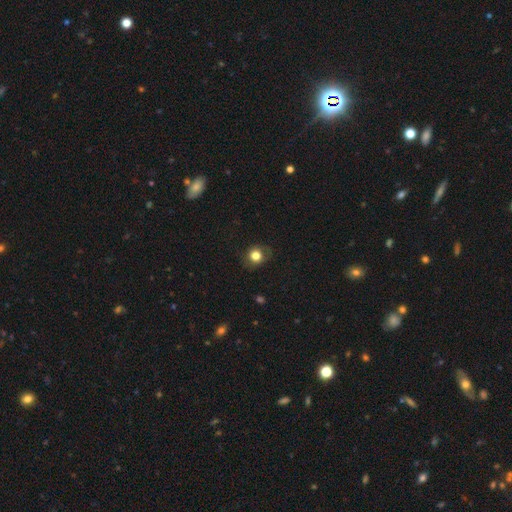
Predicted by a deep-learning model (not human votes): This appears to be a smooth galaxy with no disk features (79%) that is round (79%). Merging: none (78%).